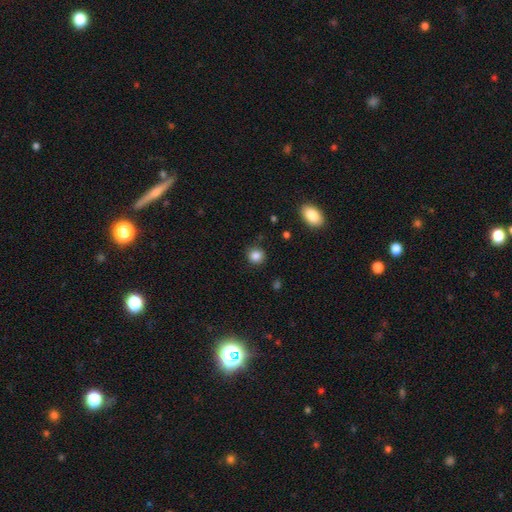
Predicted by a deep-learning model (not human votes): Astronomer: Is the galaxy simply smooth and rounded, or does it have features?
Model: smooth — 85%.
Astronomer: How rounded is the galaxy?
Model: round — 86%.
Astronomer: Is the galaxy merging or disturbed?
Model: none — 86%.